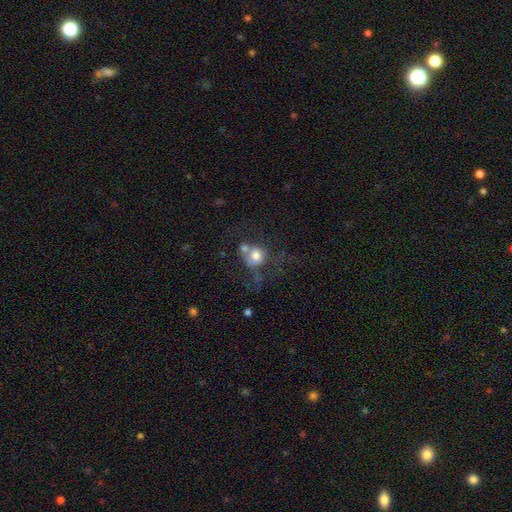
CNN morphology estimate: Smooth or featured: smooth — 67% (featured or disk — 21%)
How rounded: round — 78% (in between — 21%)
Merging: merger — 39% (none — 32%)